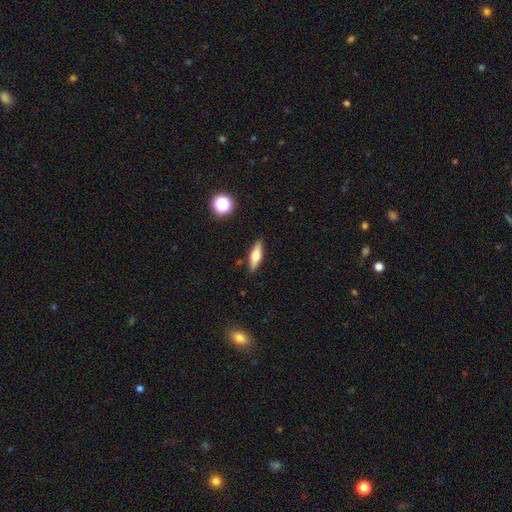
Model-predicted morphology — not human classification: type=smooth (51%); roundness=cigar-shaped (51%); merging=none (87%).